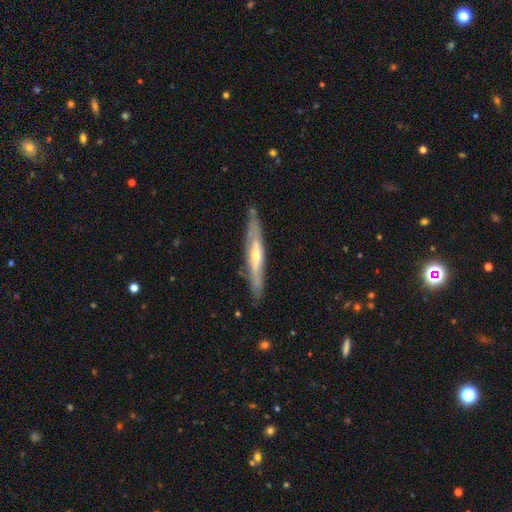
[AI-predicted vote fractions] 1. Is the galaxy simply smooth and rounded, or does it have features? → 67% featured or disk, 27% smooth, 5% star or artifact.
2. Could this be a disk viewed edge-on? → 83% yes, 17% no.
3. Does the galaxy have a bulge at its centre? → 71% rounded, 24% none, 5% boxy.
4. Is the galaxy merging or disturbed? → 80% none, 15% minor disturbance, 3% major disturbance, 2% merger.